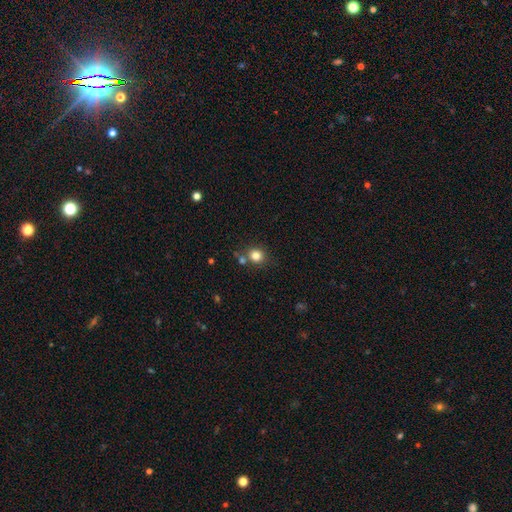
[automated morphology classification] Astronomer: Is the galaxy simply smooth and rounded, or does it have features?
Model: smooth — 81%.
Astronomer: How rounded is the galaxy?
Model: round — 84%.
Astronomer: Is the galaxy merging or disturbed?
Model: none — 71%.